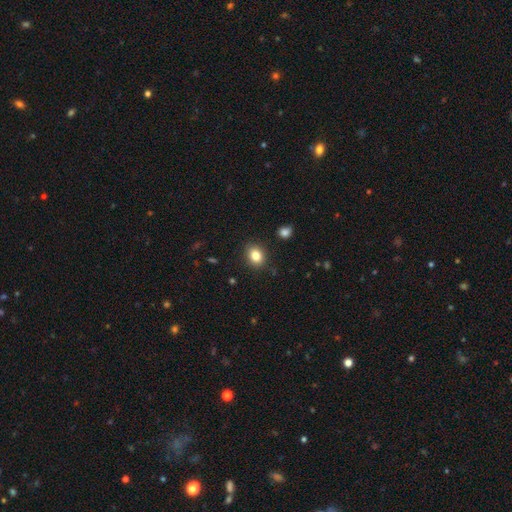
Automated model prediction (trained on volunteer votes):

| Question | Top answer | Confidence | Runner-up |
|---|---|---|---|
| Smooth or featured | smooth | 83% | star or artifact (10%) |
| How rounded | in between | 51% | round (48%) |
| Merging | none | 88% | minor disturbance (8%) |